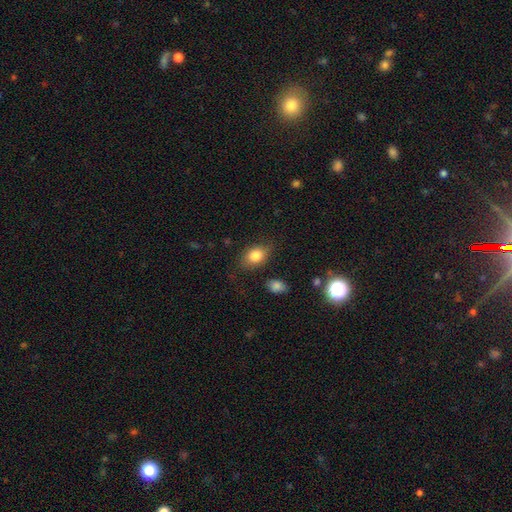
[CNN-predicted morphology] smooth 82%, featured or disk 9%, star or artifact 9%. Down the decision tree: how rounded — in between (73%); merging — none (76%).